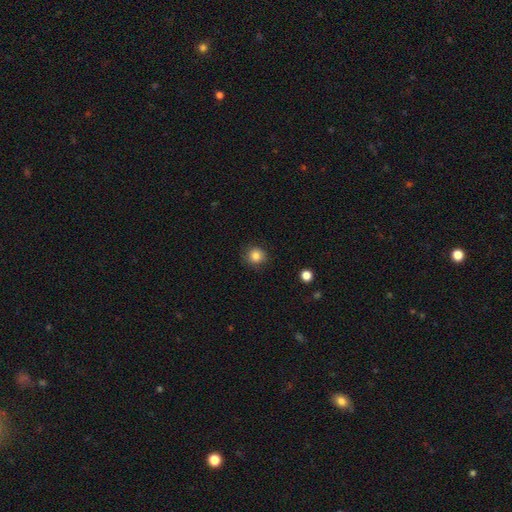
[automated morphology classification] Overall: smooth (85%). How rounded: round (89%). Merging: none (86%).